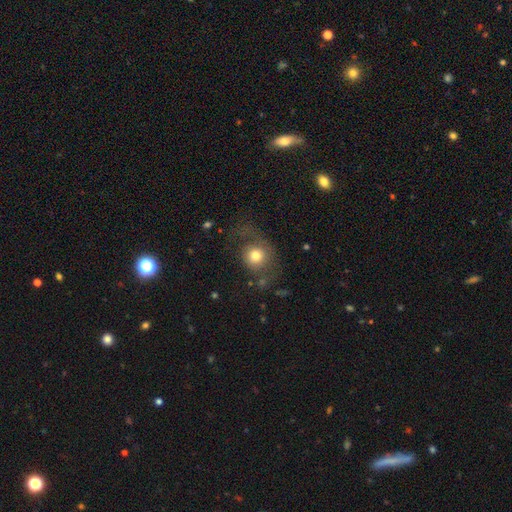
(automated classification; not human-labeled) Smooth or featured: smooth — 68% (featured or disk — 22%)
How rounded: round — 79% (in between — 20%)
Merging: none — 44% (major disturbance — 33%)